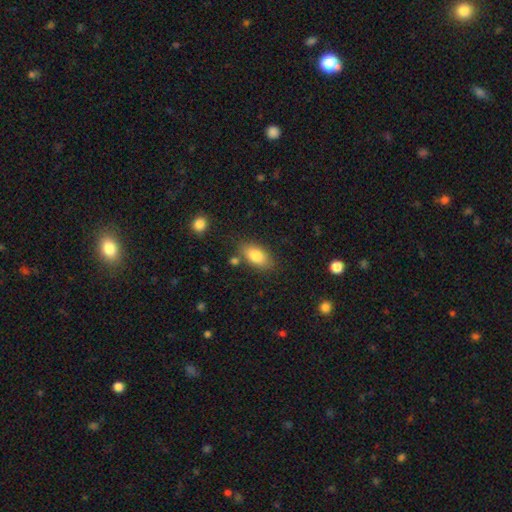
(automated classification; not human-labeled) A smooth galaxy with no disk features (83%) that is in between round and cigar-shaped (90%). Merging: none (78%).